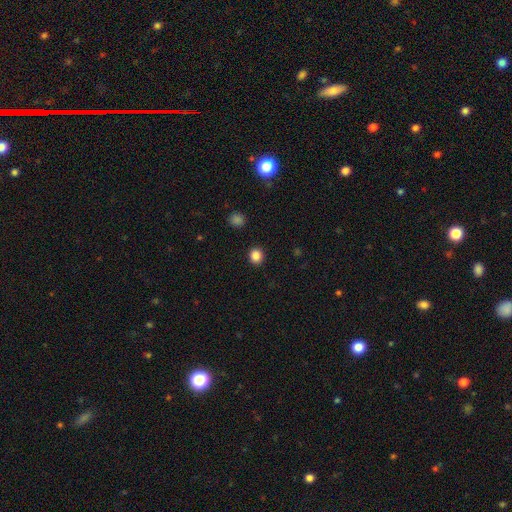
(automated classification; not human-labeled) smooth-or-featured: smooth: 86% | star or artifact: 11% | featured or disk: 3%
  how-rounded: round: 87% | in between: 12% | cigar-shaped: 1%
  merging: none: 92% | minor disturbance: 5% | major disturbance: 2% | merger: 1%